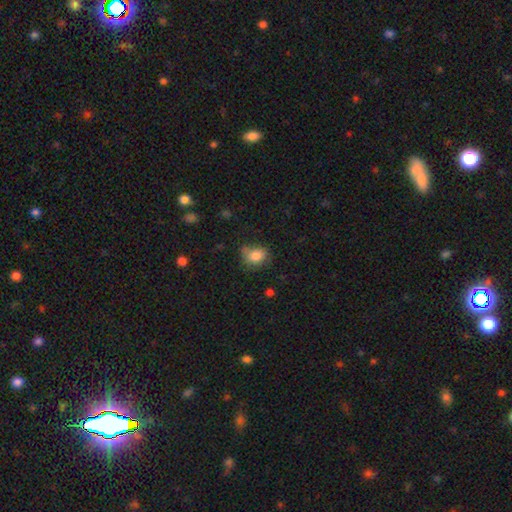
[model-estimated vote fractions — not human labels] The model was most divided on "how rounded": round: 52%, in between: 47%, cigar-shaped: 1%. More confident: smooth or featured — smooth (81%); merging — none (58%).